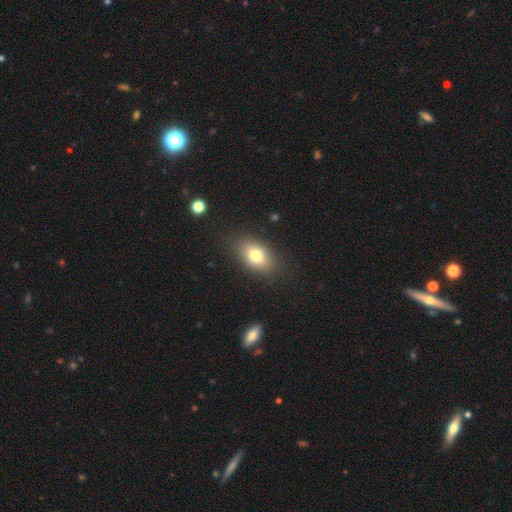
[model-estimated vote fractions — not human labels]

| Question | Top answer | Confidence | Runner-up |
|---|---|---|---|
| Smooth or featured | smooth | 77% | featured or disk (13%) |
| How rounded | in between | 83% | round (14%) |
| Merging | none | 85% | minor disturbance (10%) |